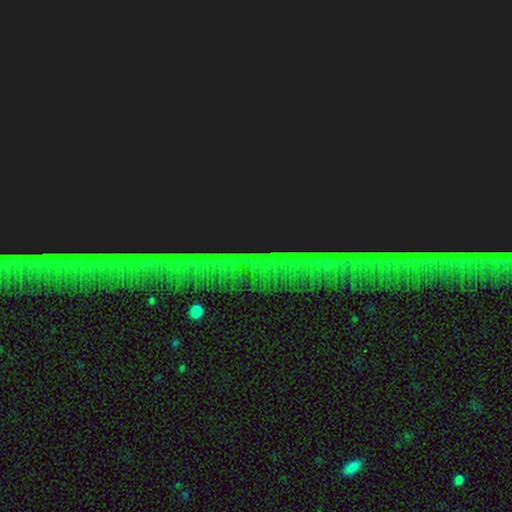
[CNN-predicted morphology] Smooth or featured? Predicted: star or artifact (p=0.87).